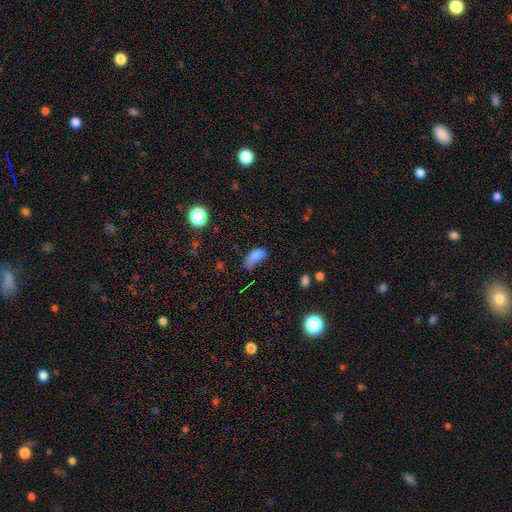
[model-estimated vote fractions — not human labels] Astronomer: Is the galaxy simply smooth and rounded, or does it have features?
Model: smooth — 78%.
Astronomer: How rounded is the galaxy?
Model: in between — 83%.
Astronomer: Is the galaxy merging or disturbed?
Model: none — 38% (runner-up: minor disturbance, 35%).